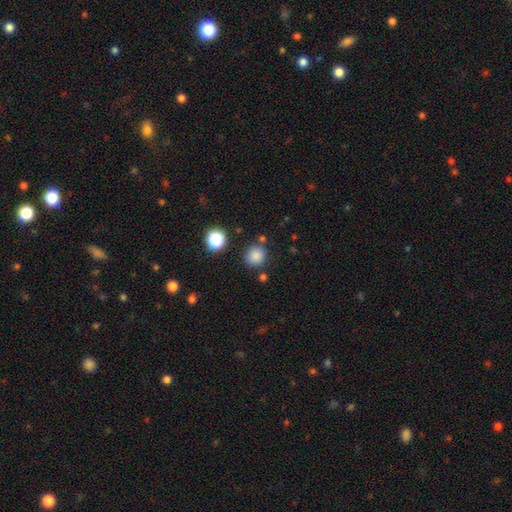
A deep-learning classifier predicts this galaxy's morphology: This is clearly a smooth galaxy (82%). How rounded: clearly round (90%). Merging: clearly none (80%).